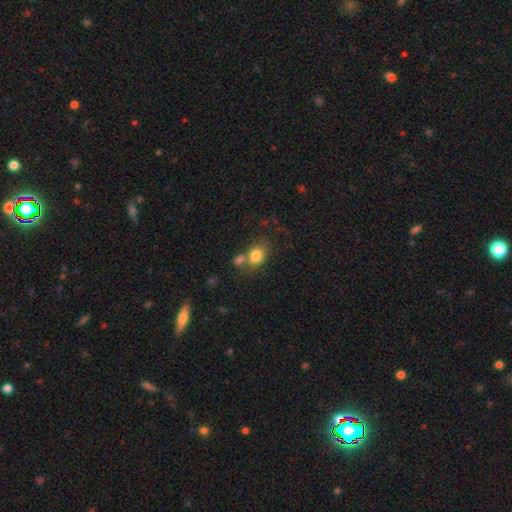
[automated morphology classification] Smooth or featured? Predicted: smooth (p=0.81). How rounded? Predicted: in between (p=0.57). Merging? Predicted: none (p=0.50).